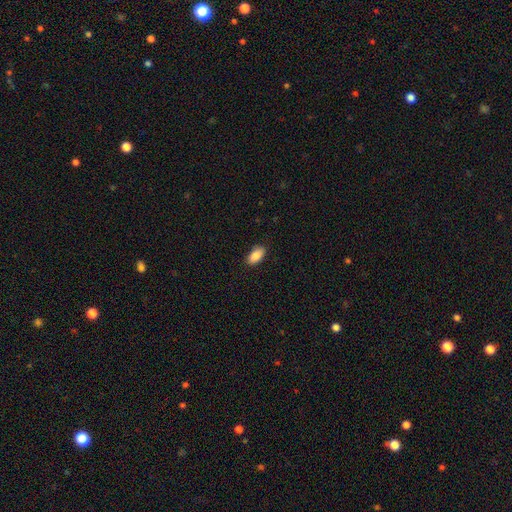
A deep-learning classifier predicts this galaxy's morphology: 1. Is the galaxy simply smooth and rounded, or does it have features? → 87% smooth, 7% star or artifact, 6% featured or disk.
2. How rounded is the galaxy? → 94% in between, 3% cigar-shaped, 3% round.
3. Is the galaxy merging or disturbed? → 87% none, 10% minor disturbance, 2% major disturbance, 1% merger.